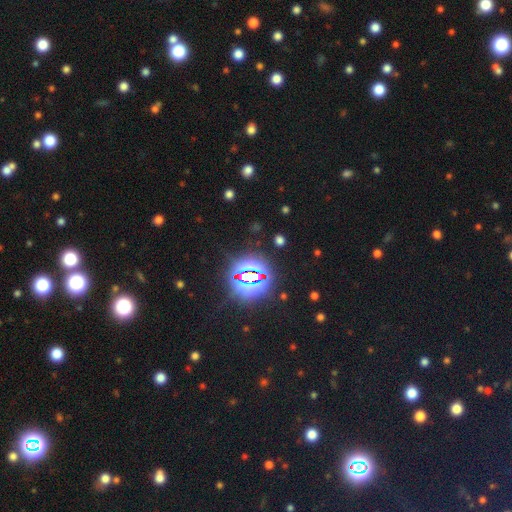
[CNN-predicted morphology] A star or artifact, not a galaxy (83%).